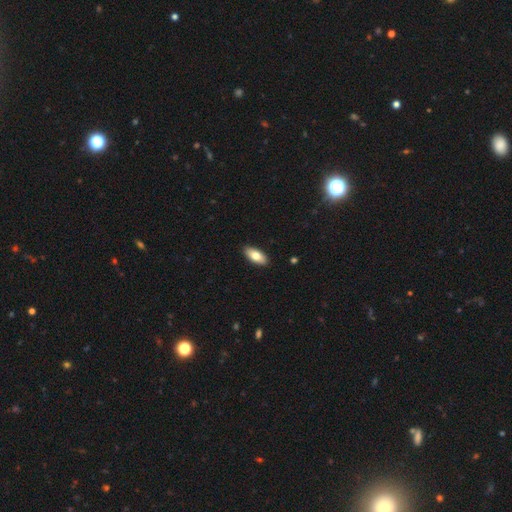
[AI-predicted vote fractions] This appears to be a smooth galaxy with no disk features (77%) that is in between round and cigar-shaped (87%). Merging: none (90%).